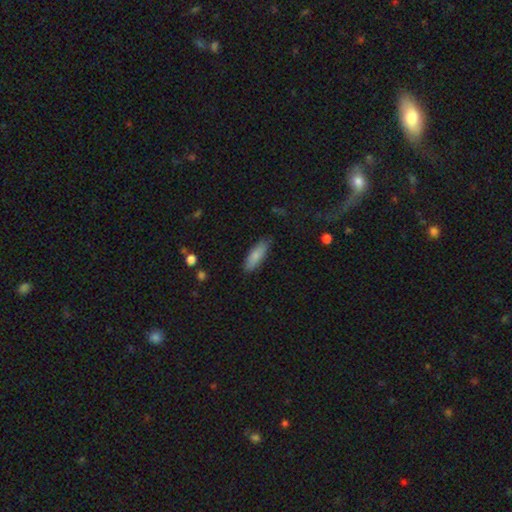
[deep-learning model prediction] Smooth or featured: smooth — 83% (featured or disk — 10%)
How rounded: in between — 57% (cigar-shaped — 41%)
Merging: none — 81% (minor disturbance — 15%)